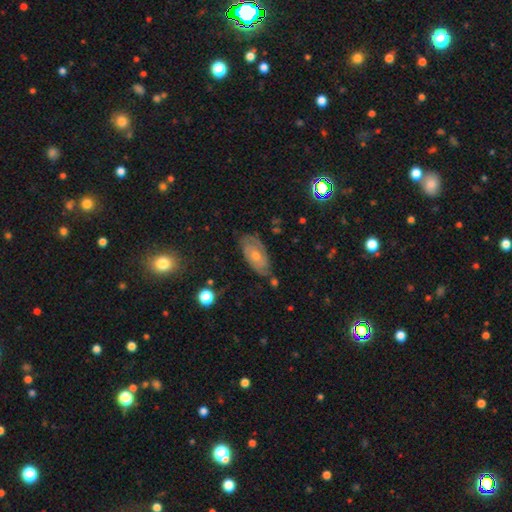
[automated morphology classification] Overall: featured or disk (59%; smooth 29%). Edge-on disk: no (89%). Bar: no (71%). Spiral arms: yes (74%). Bulge size: small (51%; moderate 44%). Merging: none (70%).